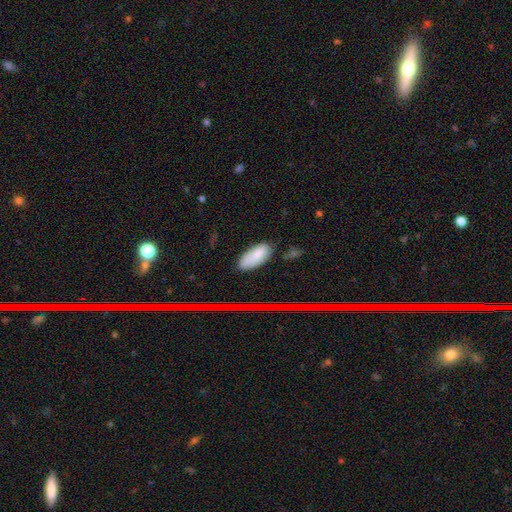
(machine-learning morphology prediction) A smooth galaxy with no disk features (80%) that is in between round and cigar-shaped (90%).

Vote fractions:
- Smooth or featured? smooth: 80% / featured or disk: 10% / star or artifact: 9%
- How rounded? in between: 90% / cigar-shaped: 8% / round: 2%
- Merging? none: 70% / minor disturbance: 23% / major disturbance: 5% / merger: 3%